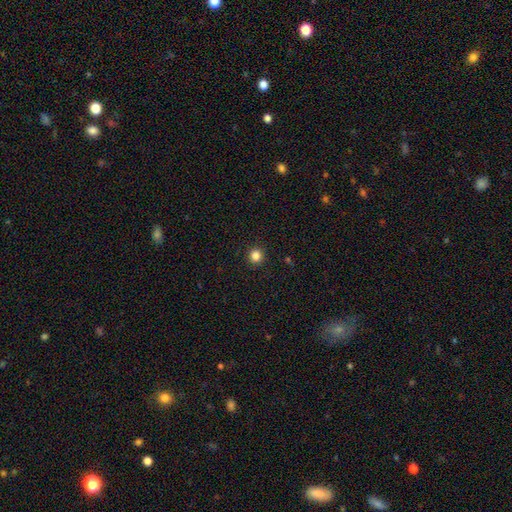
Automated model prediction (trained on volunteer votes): The model was most divided on "smooth or featured": smooth: 84%, star or artifact: 12%, featured or disk: 4%. More confident: how rounded — round (93%); merging — none (93%).